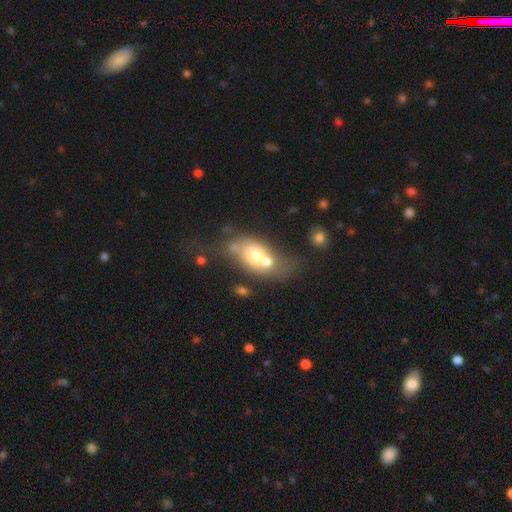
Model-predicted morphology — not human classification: smooth-or-featured: smooth: 59% | featured or disk: 31% | star or artifact: 10%
  how-rounded: in between: 77% | round: 18% | cigar-shaped: 5%
  merging: merger: 48% | none: 28% | minor disturbance: 13% | major disturbance: 11%